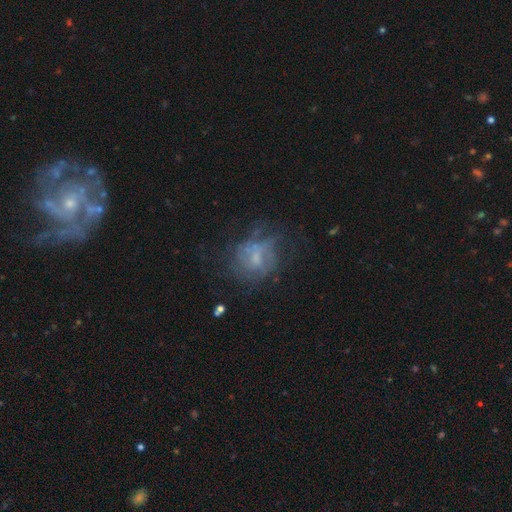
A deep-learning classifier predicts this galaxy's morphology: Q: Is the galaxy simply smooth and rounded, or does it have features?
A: featured or disk — 56%.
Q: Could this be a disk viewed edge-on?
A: no — 97%.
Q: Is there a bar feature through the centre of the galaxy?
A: no — 63%.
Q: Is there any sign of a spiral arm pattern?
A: no — 55%.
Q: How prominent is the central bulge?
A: small — 40%.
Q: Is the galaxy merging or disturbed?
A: none — 50%.